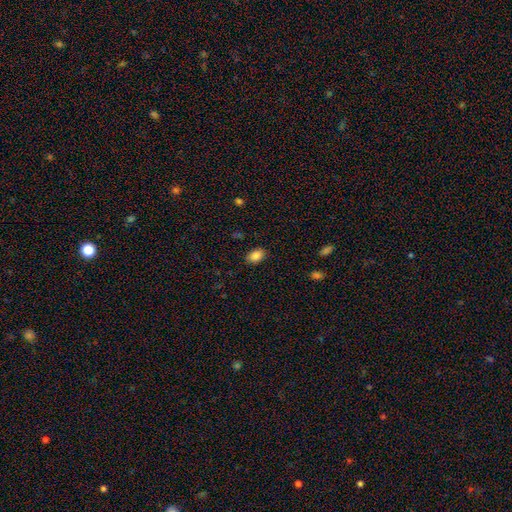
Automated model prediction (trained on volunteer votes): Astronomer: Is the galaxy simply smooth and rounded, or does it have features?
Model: smooth — 87%.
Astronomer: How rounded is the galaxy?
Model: in between — 85%.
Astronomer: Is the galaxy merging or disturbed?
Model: none — 87%.